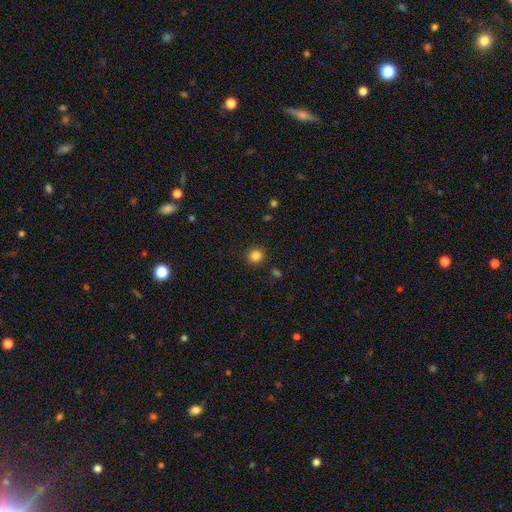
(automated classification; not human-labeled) smooth 85%, star or artifact 12%, featured or disk 4%. Down the decision tree: how rounded — round (93%); merging — none (90%).